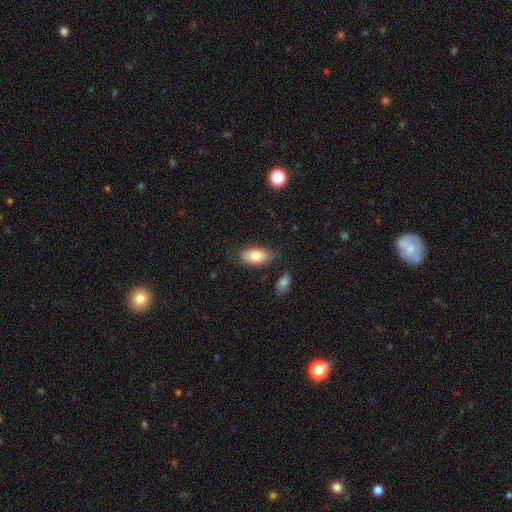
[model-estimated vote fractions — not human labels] This is likely a smooth galaxy (80%). How rounded: clearly in between (93%). Merging: likely none (72%).